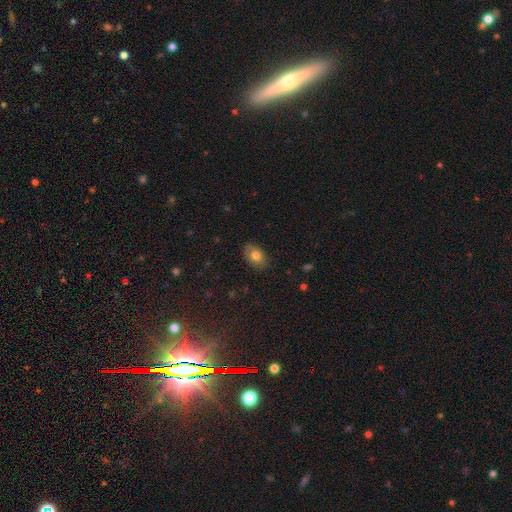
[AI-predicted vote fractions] Smooth or featured: smooth — 78% (featured or disk — 13%)
How rounded: in between — 85% (round — 14%)
Merging: none — 83% (minor disturbance — 14%)